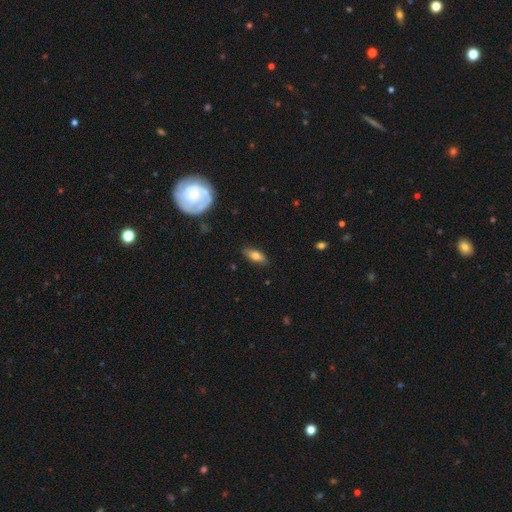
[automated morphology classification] Smooth or featured? smooth (73%)
How rounded? in between (77%)
Merging? none (84%)